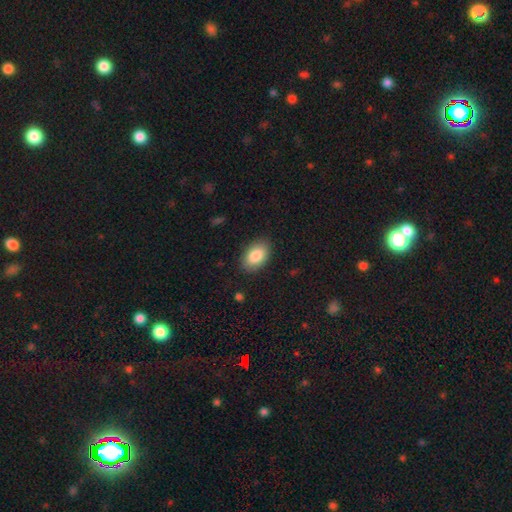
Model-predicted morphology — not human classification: Q: Smooth or featured?
A: smooth (86%); runner-up: featured or disk (8%)
Q: How rounded?
A: in between (92%); runner-up: round (7%)
Q: Merging?
A: none (87%); runner-up: minor disturbance (10%)